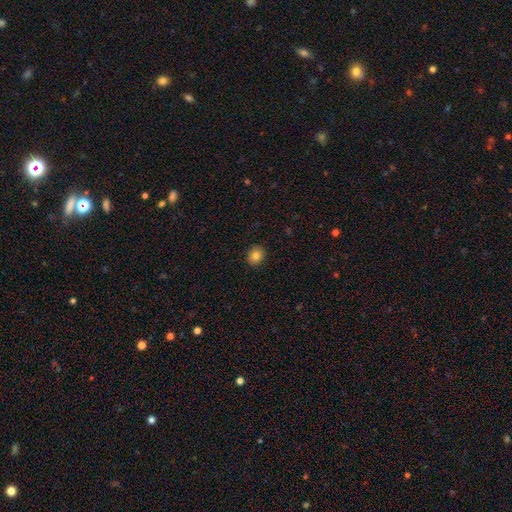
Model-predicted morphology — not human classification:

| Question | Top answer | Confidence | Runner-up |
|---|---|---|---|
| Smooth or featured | smooth | 82% | star or artifact (10%) |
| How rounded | round | 63% | in between (36%) |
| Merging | none | 91% | minor disturbance (7%) |